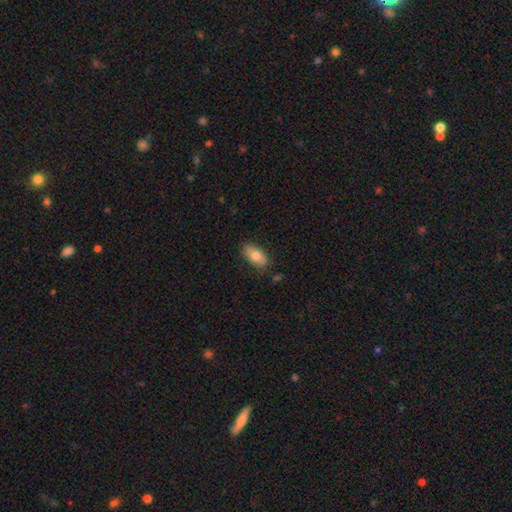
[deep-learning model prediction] smooth_or_featured: smooth (p=0.79) [alt: featured or disk p=0.15]
how_rounded: in between (p=0.91) [alt: cigar-shaped p=0.05]
merging: none (p=0.83) [alt: minor disturbance p=0.13]